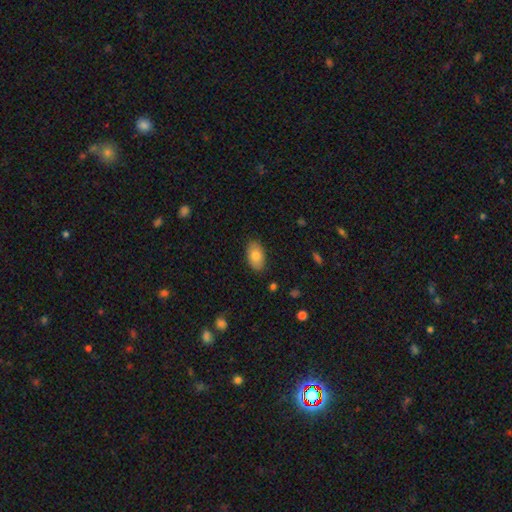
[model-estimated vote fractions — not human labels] A smooth galaxy with no disk features (80%) that is in between round and cigar-shaped (93%). Merging: none (86%).